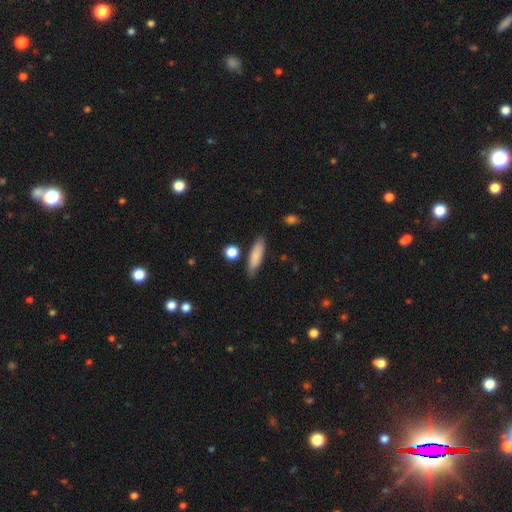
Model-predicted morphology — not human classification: type=smooth (81%); roundness=cigar-shaped (61%); merging=none (81%).